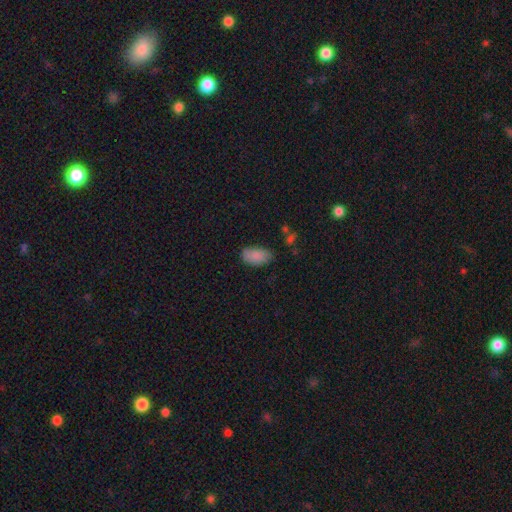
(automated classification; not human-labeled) Smooth or featured? smooth (86%)
How rounded? in between (94%)
Merging? none (71%)